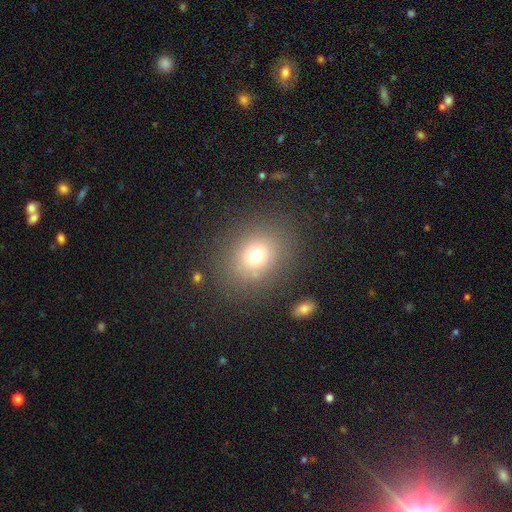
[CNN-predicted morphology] This is likely a smooth galaxy (72%). How rounded: likely round (62%). Merging: clearly none (82%).